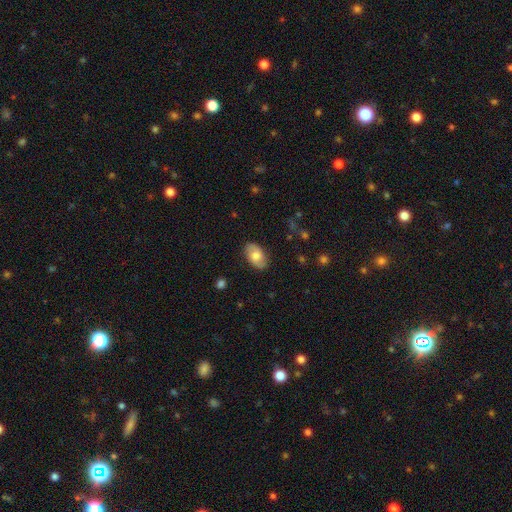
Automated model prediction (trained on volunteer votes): A smooth galaxy with no disk features (58%) that is in between round and cigar-shaped (92%). Merging: none (83%).